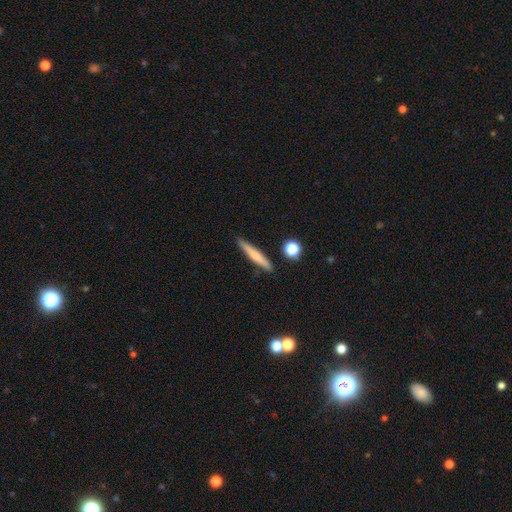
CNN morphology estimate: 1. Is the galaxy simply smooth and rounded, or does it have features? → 61% smooth, 32% featured or disk, 7% star or artifact.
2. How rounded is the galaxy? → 93% cigar-shaped, 5% in between, 2% round.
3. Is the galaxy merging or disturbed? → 88% none, 8% minor disturbance, 2% merger, 2% major disturbance.